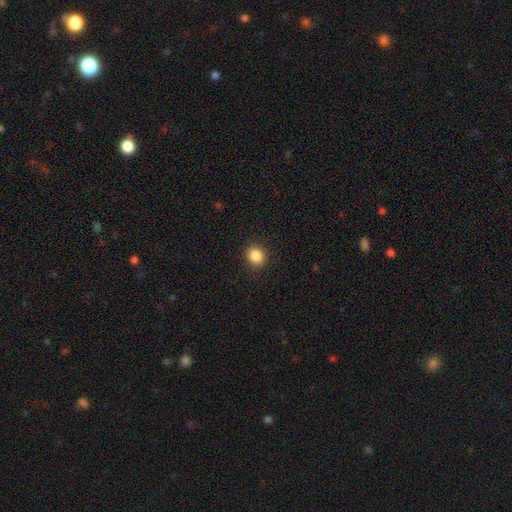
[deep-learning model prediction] A smooth galaxy with no disk features (87%) that is round (79%). Merging: none (90%).